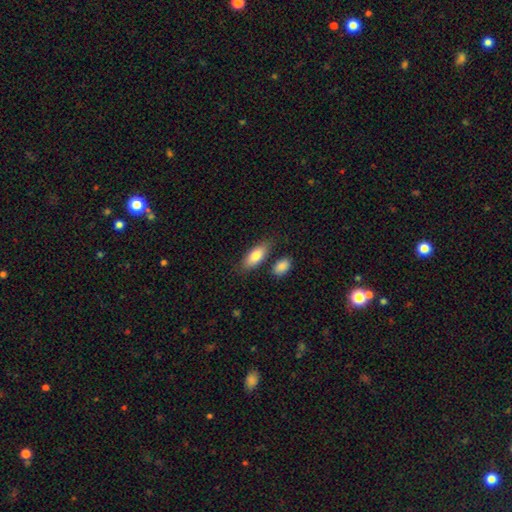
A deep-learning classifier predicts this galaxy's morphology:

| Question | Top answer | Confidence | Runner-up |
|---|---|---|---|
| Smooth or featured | smooth | 81% | featured or disk (13%) |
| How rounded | in between | 79% | cigar-shaped (19%) |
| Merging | none | 74% | minor disturbance (14%) |